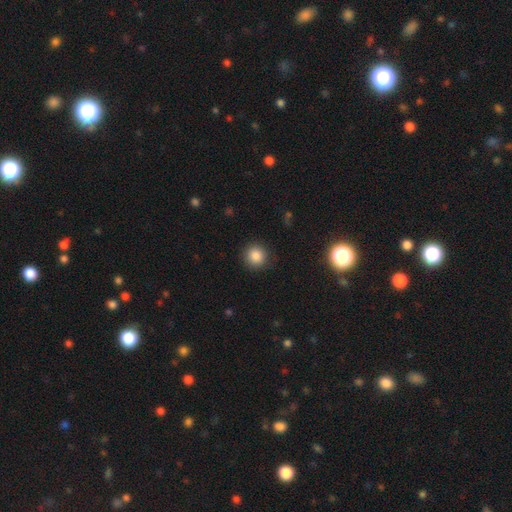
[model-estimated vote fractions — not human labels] Smooth or featured? smooth (85%)
How rounded? round (91%)
Merging? none (89%)